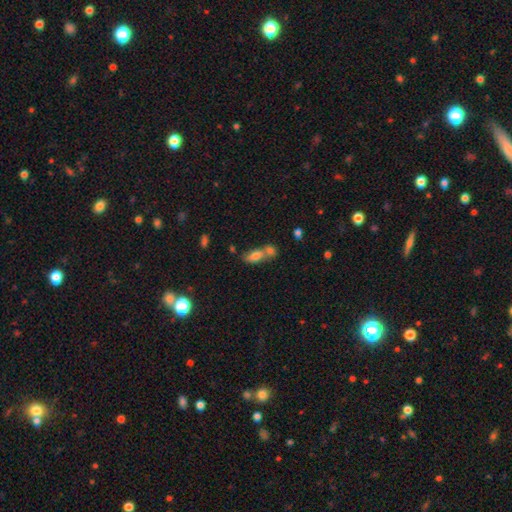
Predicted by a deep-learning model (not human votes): smooth-or-featured: smooth: 77% | featured or disk: 13% | star or artifact: 10%
  how-rounded: in between: 83% | cigar-shaped: 11% | round: 7%
  merging: merger: 54% | none: 32% | minor disturbance: 9% | major disturbance: 4%